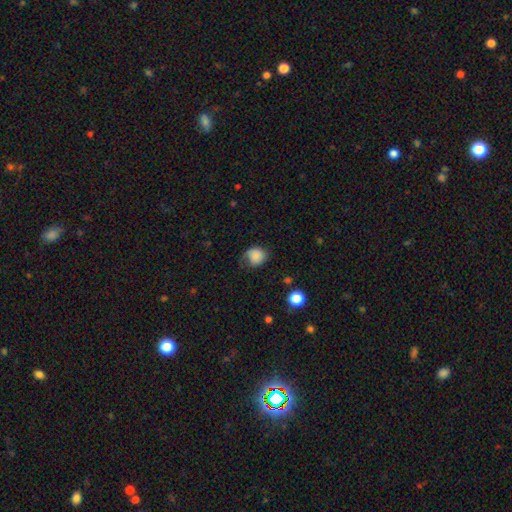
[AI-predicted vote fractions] Smooth or featured? smooth (77%)
How rounded? round (74%)
Merging? none (48%)